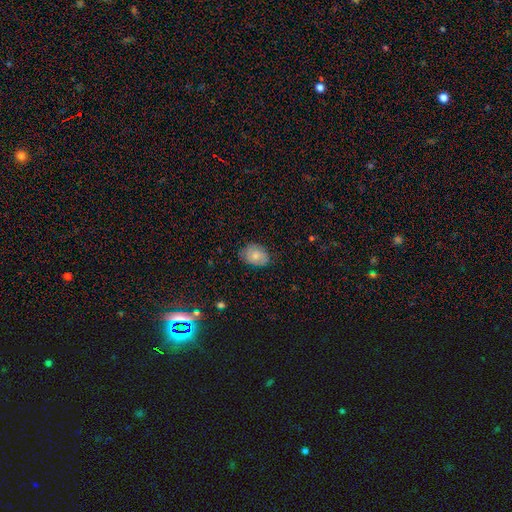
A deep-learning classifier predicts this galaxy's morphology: This is likely a smooth galaxy (74%). How rounded: likely in between (76%). Merging: likely none (76%).